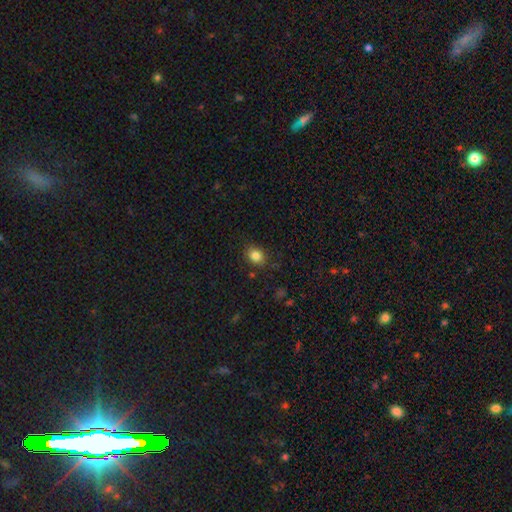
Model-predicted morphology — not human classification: Smooth or featured: smooth — 83% (star or artifact — 11%)
How rounded: round — 52% (in between — 47%)
Merging: none — 83% (minor disturbance — 12%)